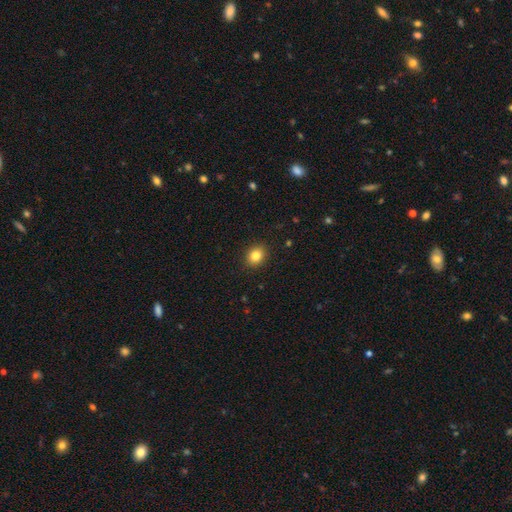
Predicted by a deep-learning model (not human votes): smooth 83%, star or artifact 10%, featured or disk 6%. Down the decision tree: how rounded — round (61%); merging — none (91%).